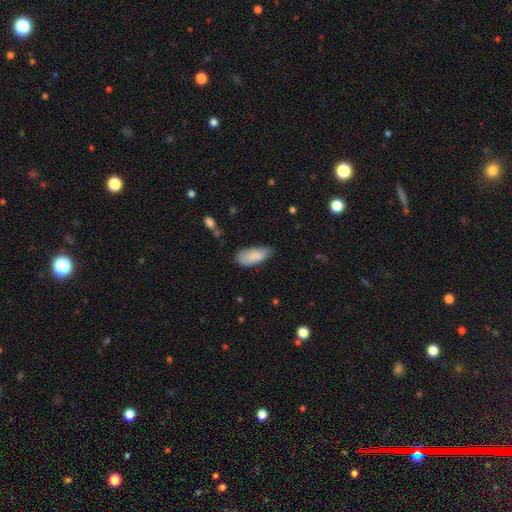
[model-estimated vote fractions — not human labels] Q: Smooth or featured?
A: smooth (85%); runner-up: featured or disk (8%)
Q: How rounded?
A: in between (87%); runner-up: cigar-shaped (11%)
Q: Merging?
A: none (59%); runner-up: minor disturbance (31%)